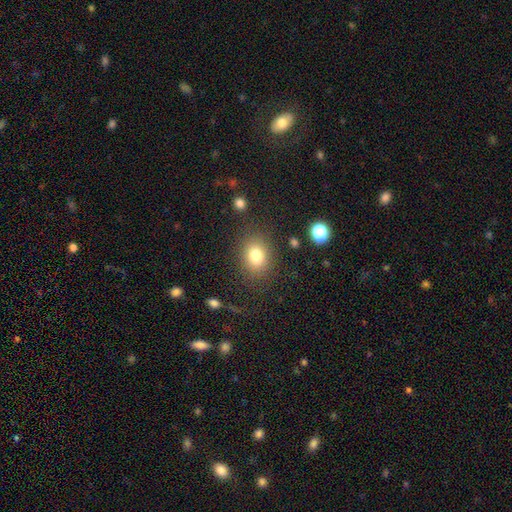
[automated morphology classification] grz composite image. It shows a smooth galaxy with no disk features (80%) that is in between round and cigar-shaped (55%). Merging: none (82%).